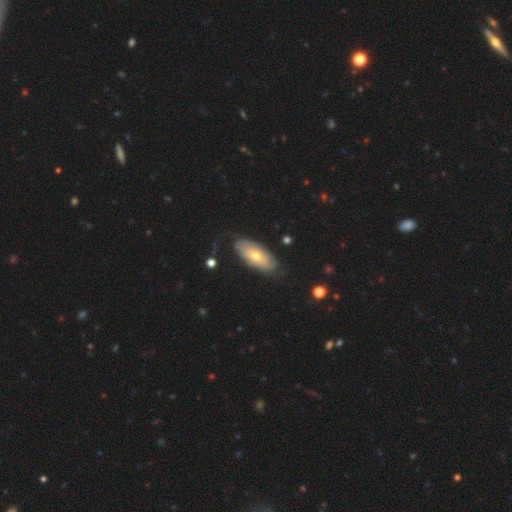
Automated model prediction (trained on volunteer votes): smooth 51%, featured or disk 44%, star or artifact 5%. Down the decision tree: how rounded — in between (86%); merging — none (76%).